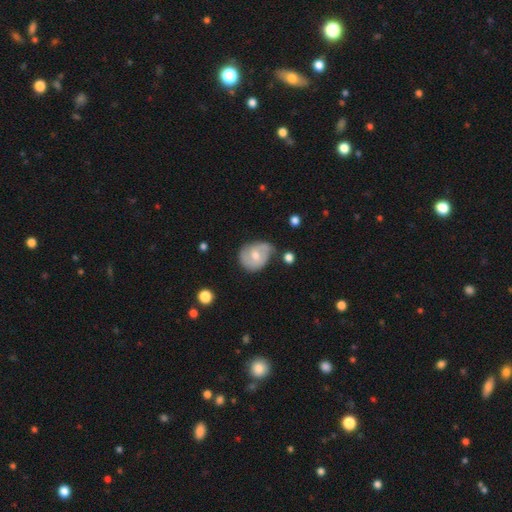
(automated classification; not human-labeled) The model was most divided on "bar": no: 50%, weak: 42%, strong: 8%. Remaining: edge-on disk — no (96%); spiral arms — yes (70%); bulge size — moderate (67%); smooth or featured — featured or disk (52%); merging — none (47%).